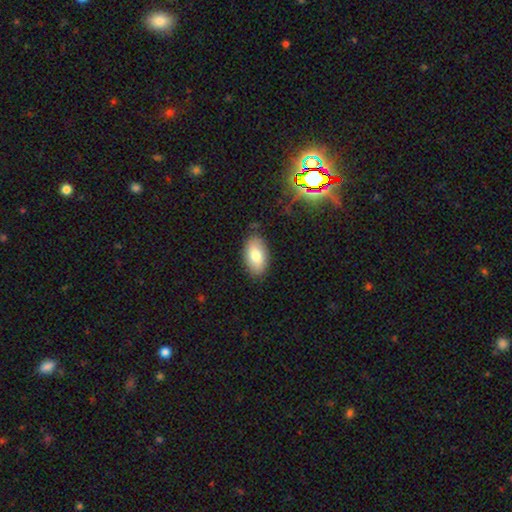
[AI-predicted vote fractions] A smooth galaxy with no disk features (79%) that is in between round and cigar-shaped (94%). Merging: none (85%).